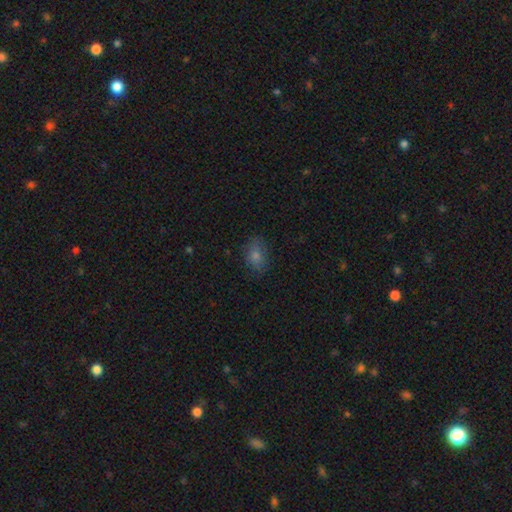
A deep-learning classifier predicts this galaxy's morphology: Smooth or featured? Predicted: smooth (p=0.72). How rounded? Predicted: in between (p=0.77). Merging? Predicted: none (p=0.80).